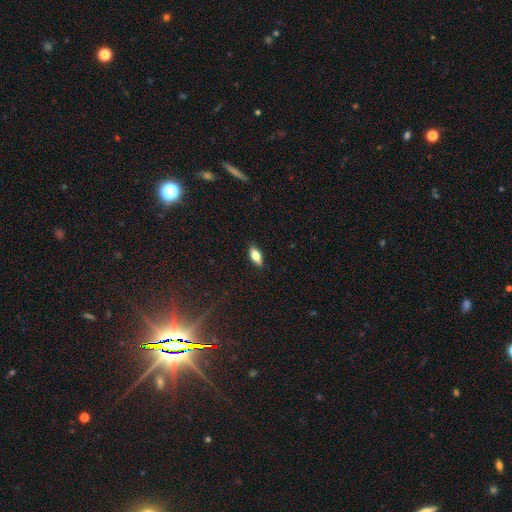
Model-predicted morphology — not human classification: This appears to be a smooth galaxy with no disk features (66%) that is in between round and cigar-shaped (80%). Merging: none (88%).